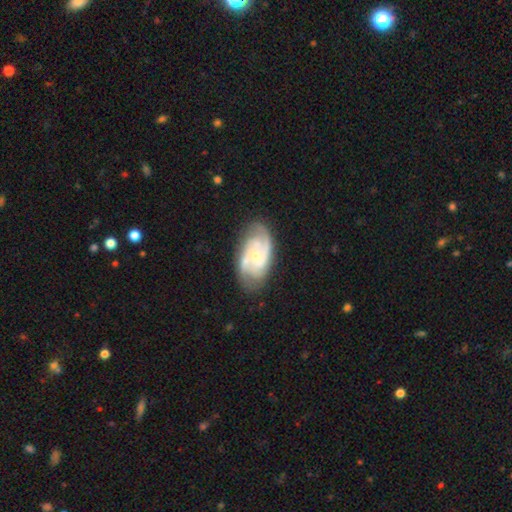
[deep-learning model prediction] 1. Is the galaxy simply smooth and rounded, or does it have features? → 83% featured or disk, 12% smooth, 5% star or artifact.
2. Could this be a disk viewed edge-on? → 97% no, 3% yes.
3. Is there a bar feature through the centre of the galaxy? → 52% no, 39% weak, 9% strong.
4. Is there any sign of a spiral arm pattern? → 96% yes, 4% no.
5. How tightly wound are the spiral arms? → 46% medium, 41% tight, 12% loose.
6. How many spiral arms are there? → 55% 2, 22% 3, 14% can't tell, 4% 4, 3% 1, 3% more than 4.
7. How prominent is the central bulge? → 67% small, 26% moderate, 5% none, 1% large, 1% dominant.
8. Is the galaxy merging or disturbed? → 73% none, 18% minor disturbance, 6% major disturbance, 3% merger.